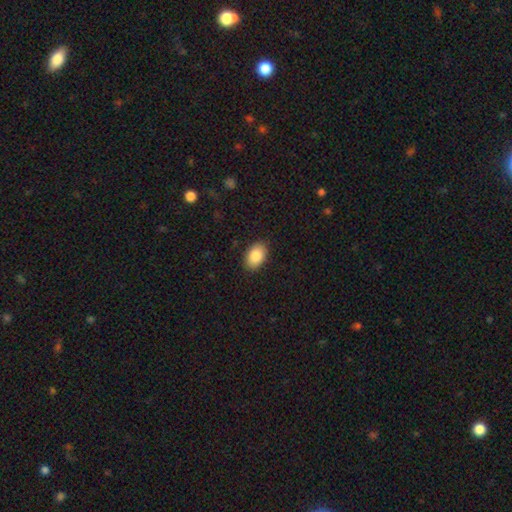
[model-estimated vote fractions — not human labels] Morphology: type=smooth (87%); roundness=in between (90%); merging=none (89%).